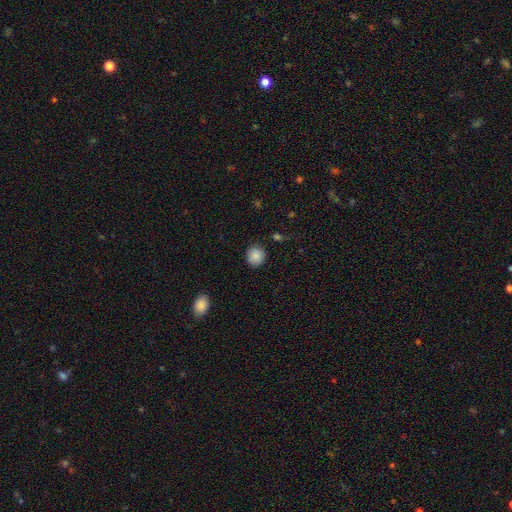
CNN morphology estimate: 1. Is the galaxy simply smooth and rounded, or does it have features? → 86% smooth, 9% star or artifact, 5% featured or disk.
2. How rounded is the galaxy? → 91% round, 8% in between, 1% cigar-shaped.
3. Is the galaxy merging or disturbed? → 87% none, 9% minor disturbance, 2% major disturbance, 2% merger.